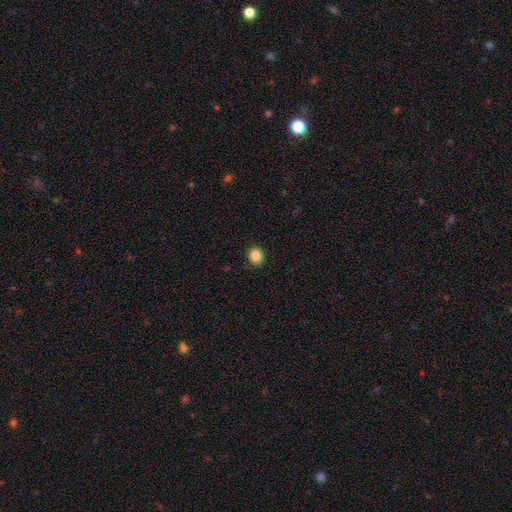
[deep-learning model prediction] Smooth or featured? smooth (87%)
How rounded? round (77%)
Merging? none (89%)